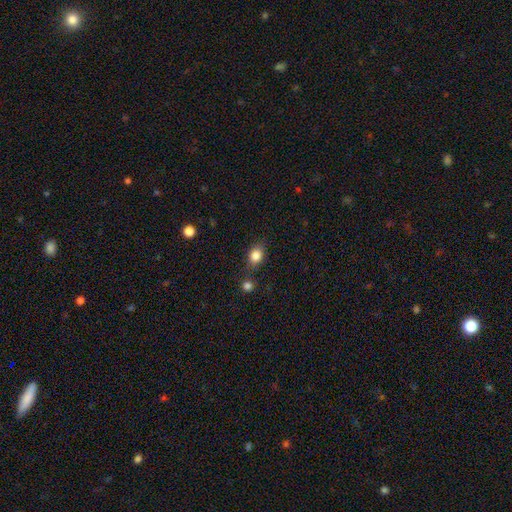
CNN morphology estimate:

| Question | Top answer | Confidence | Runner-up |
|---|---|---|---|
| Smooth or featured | smooth | 84% | star or artifact (10%) |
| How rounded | in between | 56% | round (42%) |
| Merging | none | 74% | minor disturbance (14%) |